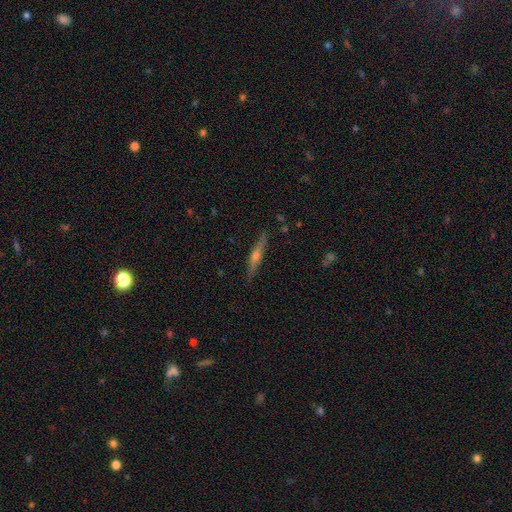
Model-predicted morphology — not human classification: Overall: featured or disk (70%). Edge-on disk: yes (97%). Edge-on bulge: rounded (89%). Merging: none (88%).